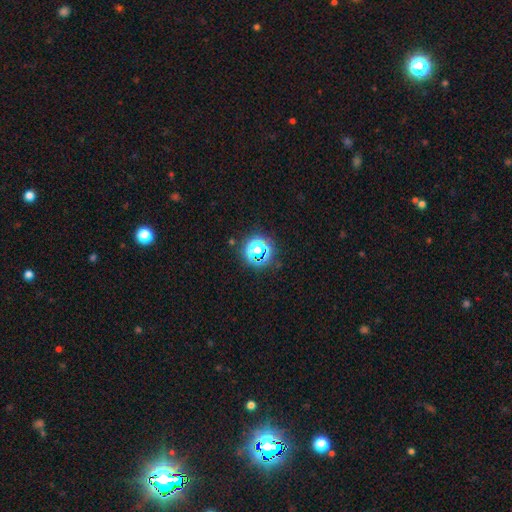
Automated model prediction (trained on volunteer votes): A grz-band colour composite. It shows a star or artifact, not a galaxy (72%).